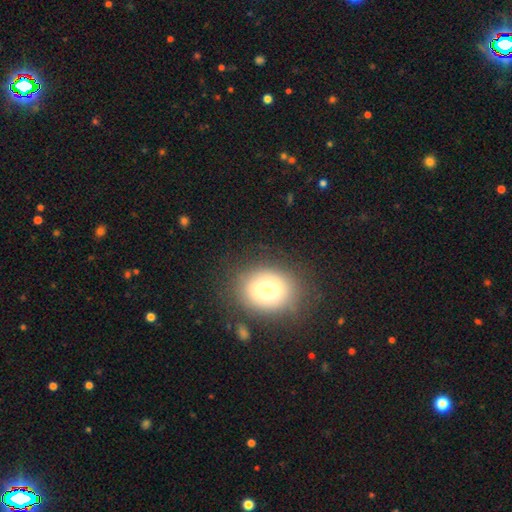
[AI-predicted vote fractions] A smooth galaxy with no disk features (63%) that is round (54%). Merging: none (85%).